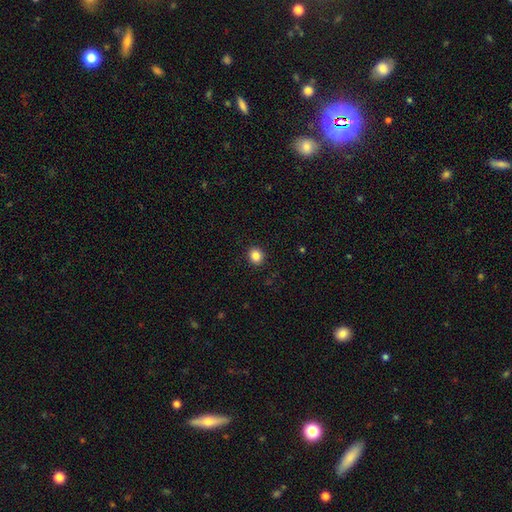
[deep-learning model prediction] smooth 85%, star or artifact 11%, featured or disk 4%. Down the decision tree: how rounded — round (78%); merging — none (92%).